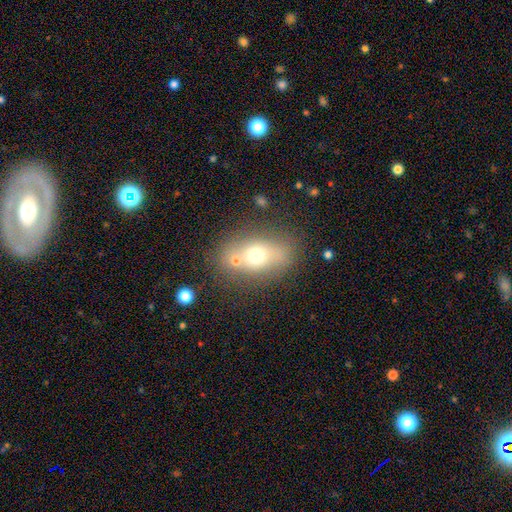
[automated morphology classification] A smooth galaxy with no disk features (64%) that is in between round and cigar-shaped (75%).

Vote fractions:
- Smooth or featured? smooth: 64% / featured or disk: 23% / star or artifact: 13%
- How rounded? in between: 75% / round: 22% / cigar-shaped: 3%
- Merging? none: 60% / merger: 20% / minor disturbance: 14% / major disturbance: 6%